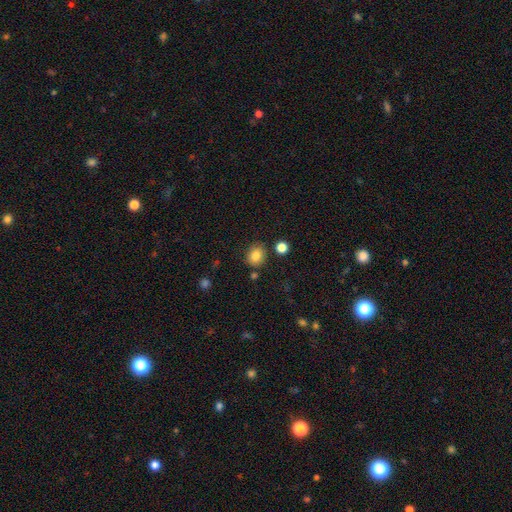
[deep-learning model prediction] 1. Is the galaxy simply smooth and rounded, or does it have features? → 83% smooth, 10% star or artifact, 6% featured or disk.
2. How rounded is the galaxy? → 61% round, 39% in between, 1% cigar-shaped.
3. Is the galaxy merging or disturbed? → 80% none, 12% minor disturbance, 5% merger, 3% major disturbance.